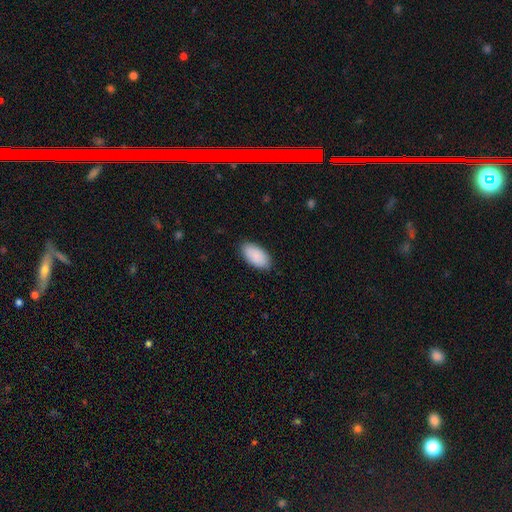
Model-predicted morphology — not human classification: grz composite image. It shows a smooth galaxy with no disk features (90%) that is in between round and cigar-shaped (95%). Merging: none (86%).